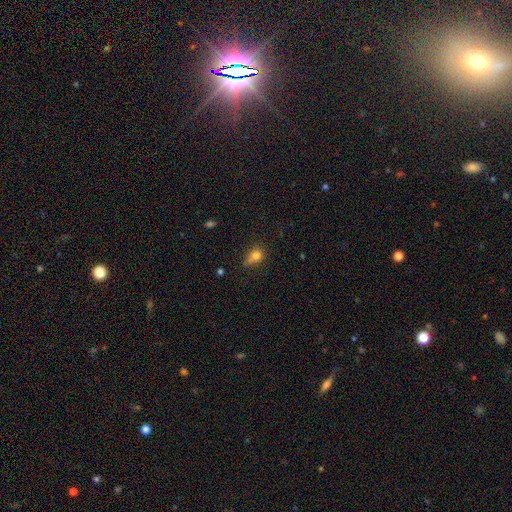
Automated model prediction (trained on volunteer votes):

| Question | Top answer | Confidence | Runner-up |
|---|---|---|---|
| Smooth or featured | smooth | 77% | star or artifact (13%) |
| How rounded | round | 58% | in between (39%) |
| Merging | none | 44% | minor disturbance (32%) |